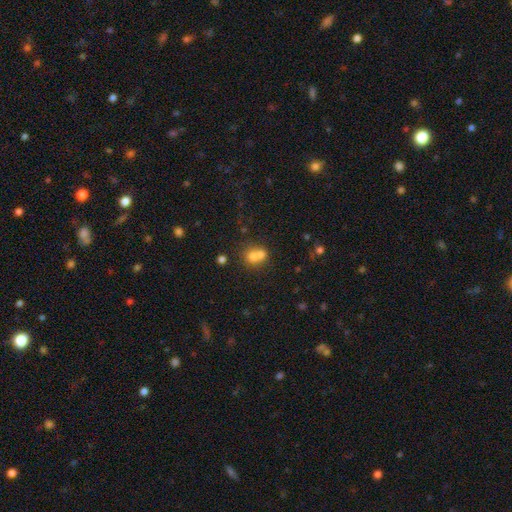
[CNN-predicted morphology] This appears to be a smooth galaxy with no disk features (68%) that is round (68%). Merging: merger (61%).